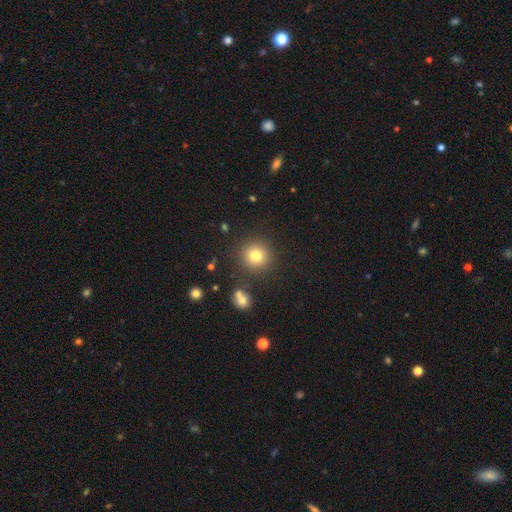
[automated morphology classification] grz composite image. It shows a smooth galaxy with no disk features (78%) that is round (93%). Merging: none (88%).